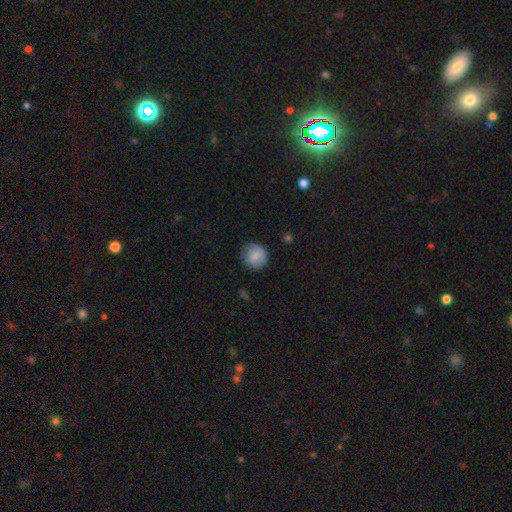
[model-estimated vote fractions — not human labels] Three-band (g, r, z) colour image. It shows a smooth galaxy with no disk features (85%) that is round (89%). Merging: none (81%).